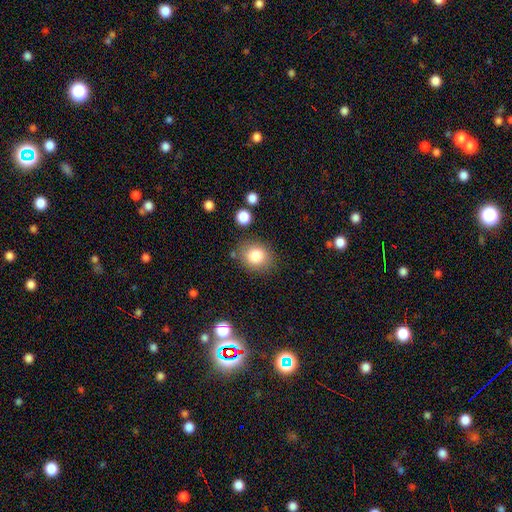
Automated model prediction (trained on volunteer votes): Smooth or featured: smooth — 82% (star or artifact — 10%)
How rounded: round — 68% (in between — 32%)
Merging: none — 80% (minor disturbance — 12%)